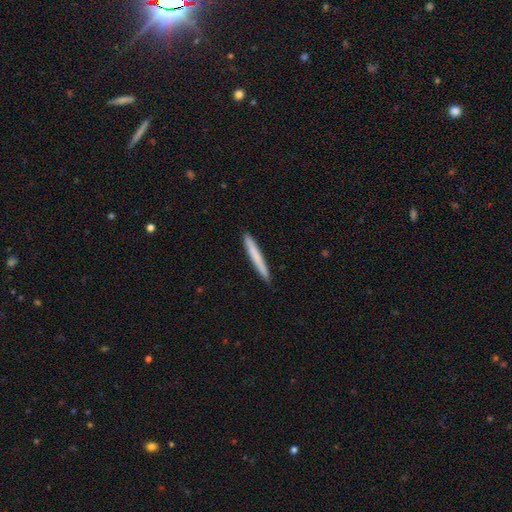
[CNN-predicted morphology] A smooth galaxy with no disk features (72%) that is cigar-shaped (97%). Merging: none (91%).